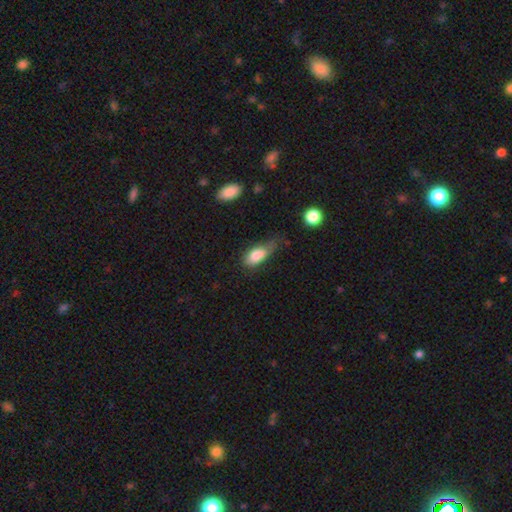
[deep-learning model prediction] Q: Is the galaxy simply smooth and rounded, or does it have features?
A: smooth — 81%.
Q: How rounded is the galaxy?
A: in between — 87%.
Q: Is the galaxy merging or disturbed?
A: minor disturbance — 41%.